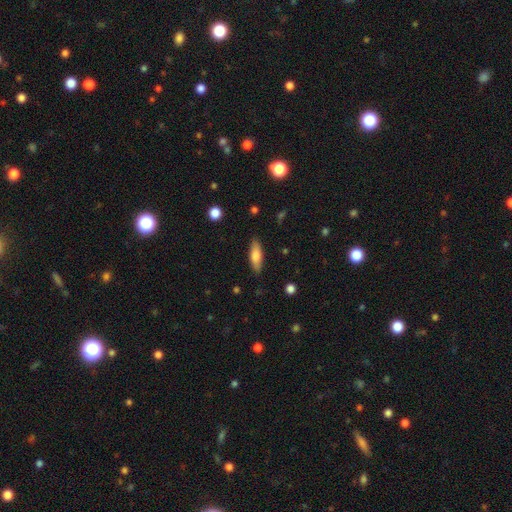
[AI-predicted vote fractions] smooth 75%, featured or disk 19%, star or artifact 6%. Down the decision tree: how rounded — in between (51%); merging — none (86%).